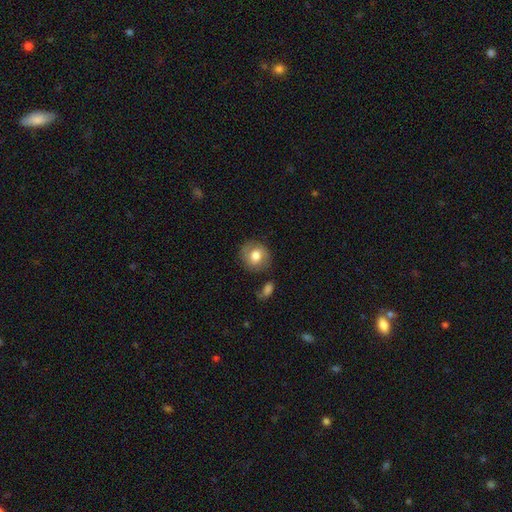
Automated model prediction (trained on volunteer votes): smooth-or-featured: smooth: 70% | featured or disk: 22% | star or artifact: 8%
  how-rounded: round: 82% | in between: 17% | cigar-shaped: 1%
  merging: none: 76% | minor disturbance: 15% | major disturbance: 5% | merger: 4%